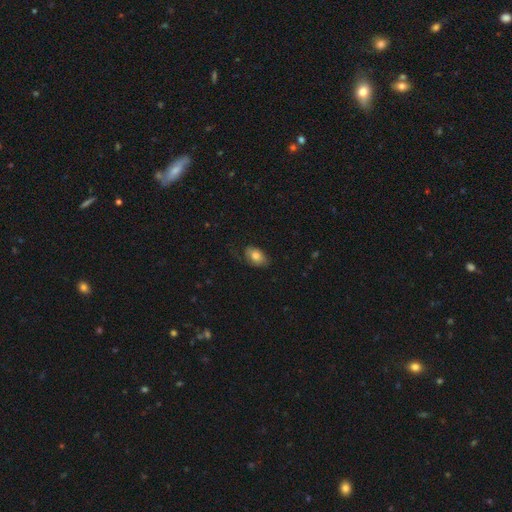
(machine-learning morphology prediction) smooth_or_featured: smooth (p=0.74) [alt: featured or disk p=0.18]
how_rounded: in between (p=0.88) [alt: round p=0.10]
merging: none (p=0.63) [alt: minor disturbance p=0.25]